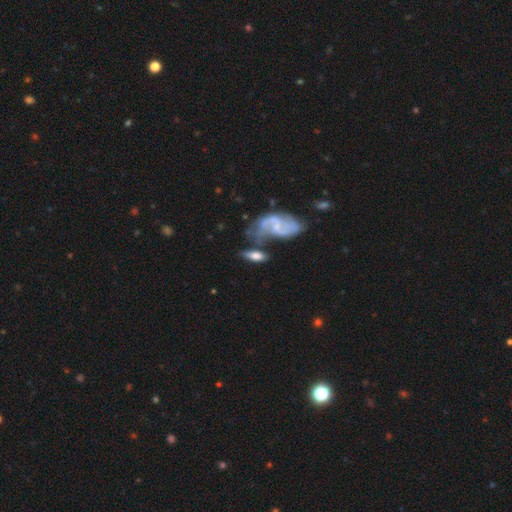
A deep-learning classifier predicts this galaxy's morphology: The model was most divided on "smooth or featured": smooth: 48%, featured or disk: 44%, star or artifact: 8%. Remaining: merging — none (43%).